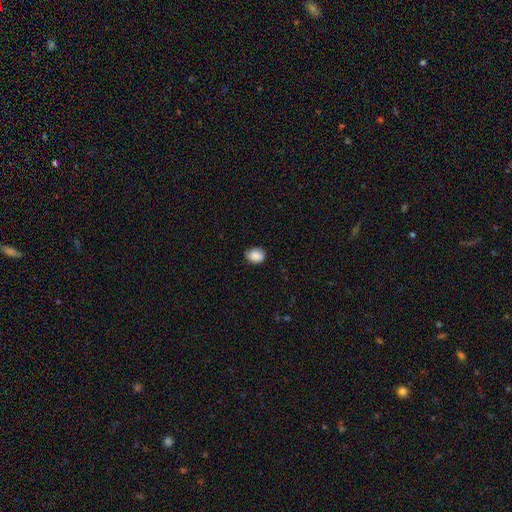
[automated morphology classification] The model was most divided on "how rounded": round: 50%, in between: 49%, cigar-shaped: 1%. More confident: smooth or featured — smooth (84%); merging — none (76%).